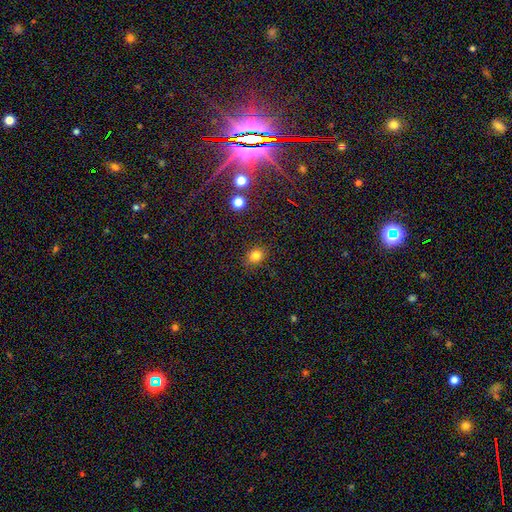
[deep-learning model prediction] The model was most divided on "how rounded": round: 67%, in between: 32%, cigar-shaped: 1%. More confident: merging — none (84%); smooth or featured — smooth (81%).